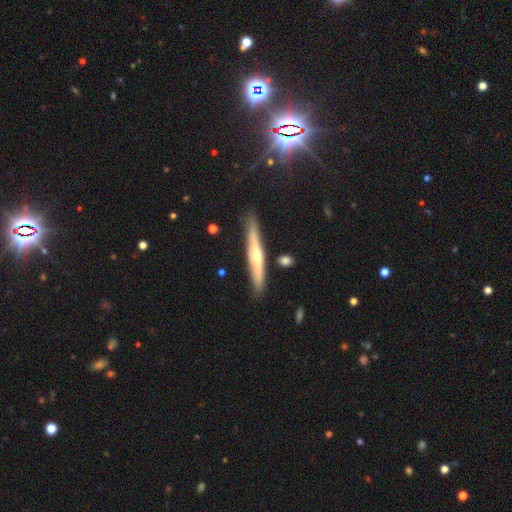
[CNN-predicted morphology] This appears to be a featured or disk galaxy (66%) viewed edge-on (95%) with a rounded central bulge (83%). Merging: none (87%).